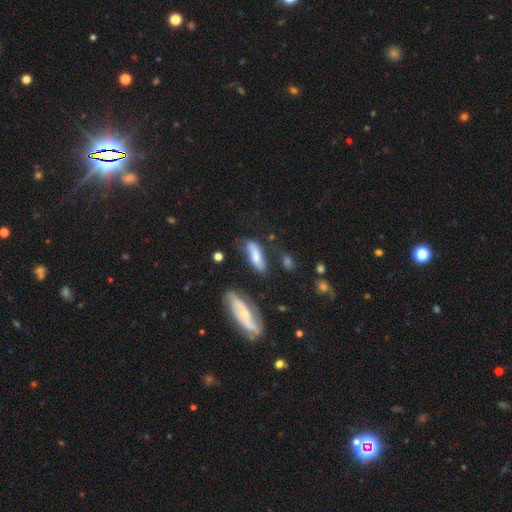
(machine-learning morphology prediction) smooth 68%, featured or disk 24%, star or artifact 8%. Down the decision tree: how rounded — in between (49%, tied with cigar-shaped); merging — none (57%).